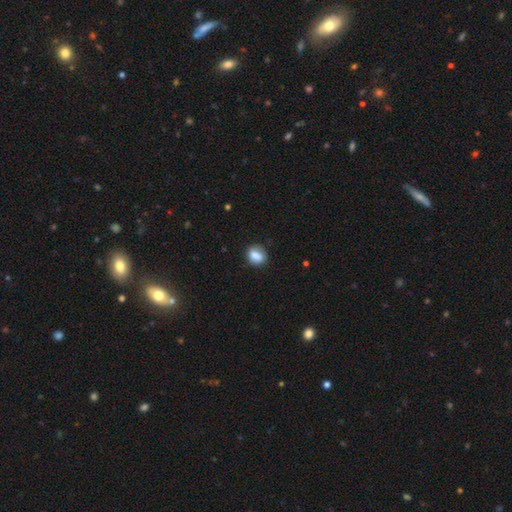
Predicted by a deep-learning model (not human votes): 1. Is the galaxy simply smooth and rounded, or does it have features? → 79% smooth, 12% featured or disk, 9% star or artifact.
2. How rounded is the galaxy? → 49% round (tied), 49% in between (tied), 2% cigar-shaped.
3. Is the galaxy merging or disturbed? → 71% none, 21% minor disturbance, 5% major disturbance, 3% merger.